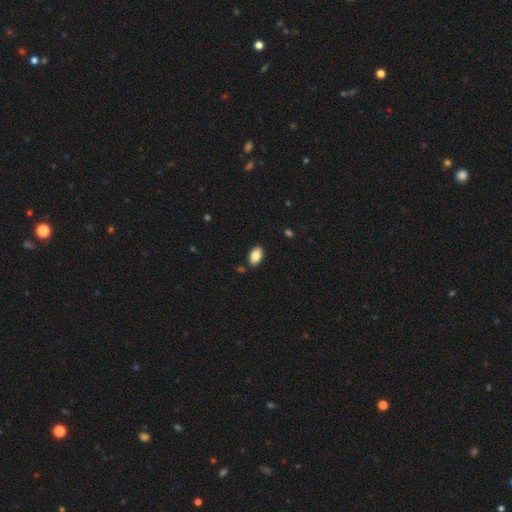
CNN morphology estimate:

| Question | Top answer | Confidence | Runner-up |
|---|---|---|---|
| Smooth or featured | smooth | 85% | featured or disk (8%) |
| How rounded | in between | 94% | round (4%) |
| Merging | none | 87% | minor disturbance (9%) |